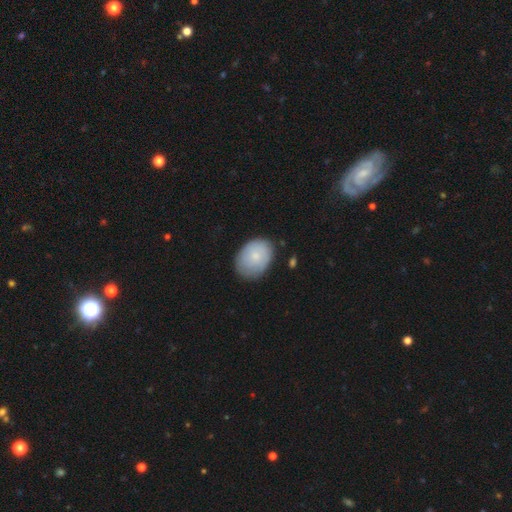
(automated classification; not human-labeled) The model was most divided on "how rounded": in between: 74%, round: 25%, cigar-shaped: 1%. More confident: merging — none (76%); smooth or featured — smooth (75%).